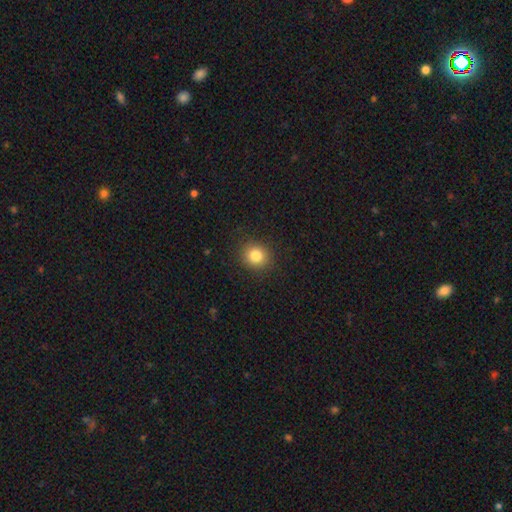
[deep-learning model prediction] Morphology: type=smooth (83%); roundness=round (84%); merging=none (90%).